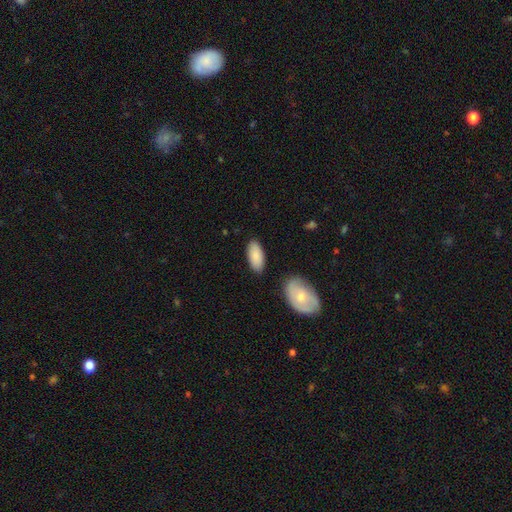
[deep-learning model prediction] Q: Smooth or featured?
A: smooth (87%); runner-up: featured or disk (8%)
Q: How rounded?
A: in between (92%); runner-up: cigar-shaped (6%)
Q: Merging?
A: none (83%); runner-up: minor disturbance (11%)